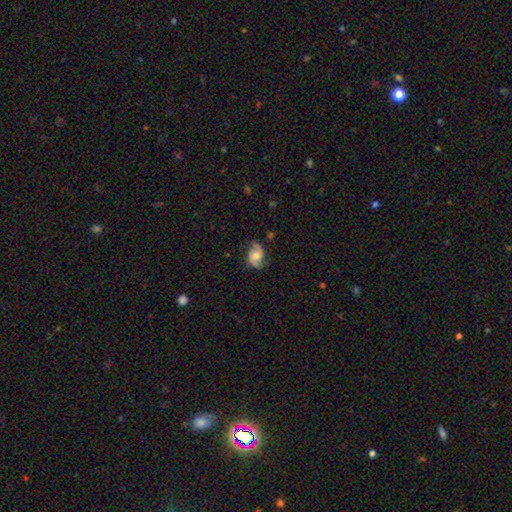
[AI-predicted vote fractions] This is likely a featured or disk galaxy (80%). It is clearly not viewed edge-on (97%). Bar: likely no (61%). Spiral arm pattern: clearly yes (95%). Spiral arm count: clearly 2 (92%). Spiral winding: possibly medium (46%). Central bulge: likely moderate (65%). Merging: likely none (77%).